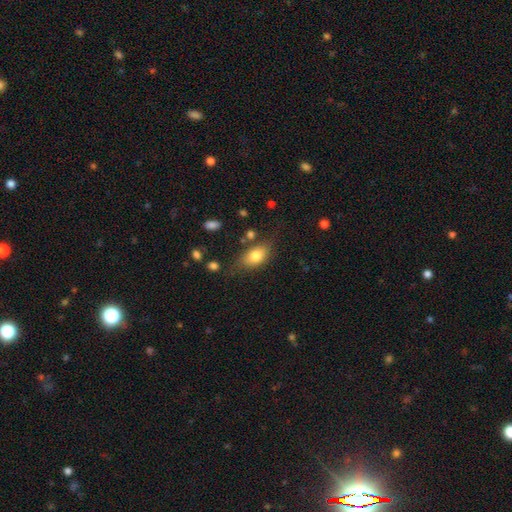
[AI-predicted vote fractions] Smooth or featured? Predicted: smooth (p=0.78). How rounded? Predicted: in between (p=0.85). Merging? Predicted: none (p=0.67).